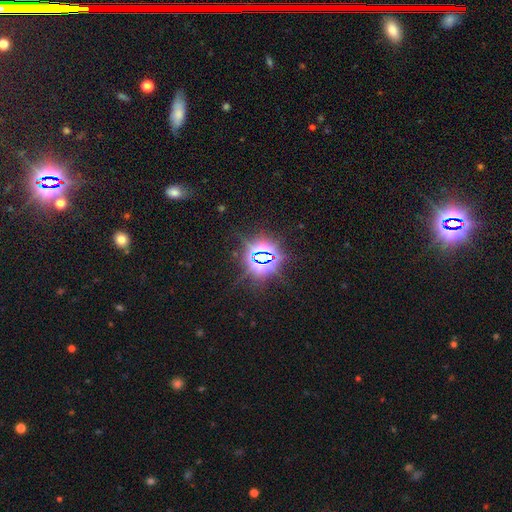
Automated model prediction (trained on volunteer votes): Smooth or featured: star or artifact — 84% (smooth — 9%)